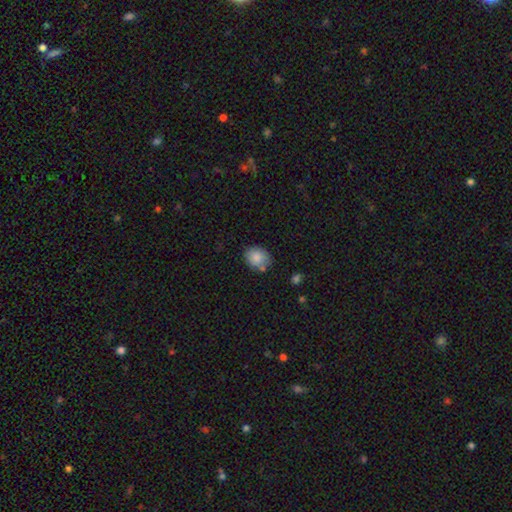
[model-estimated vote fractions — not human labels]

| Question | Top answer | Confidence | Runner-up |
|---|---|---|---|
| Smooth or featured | smooth | 83% | star or artifact (9%) |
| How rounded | round | 56% | in between (43%) |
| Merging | none | 69% | minor disturbance (20%) |